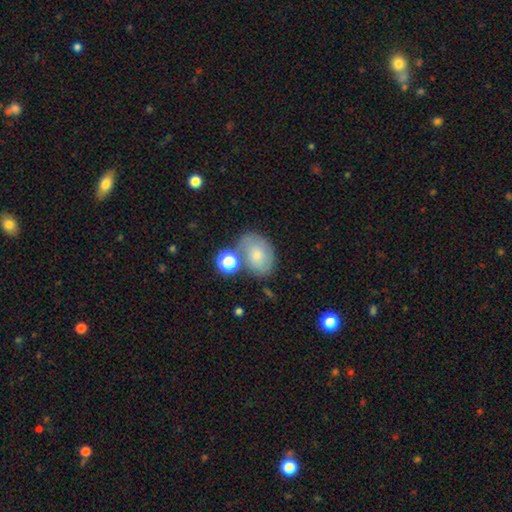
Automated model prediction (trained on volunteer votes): Q: Smooth or featured?
A: smooth (63%); runner-up: featured or disk (27%)
Q: How rounded?
A: in between (73%); runner-up: round (26%)
Q: Merging?
A: none (56%); runner-up: minor disturbance (21%)